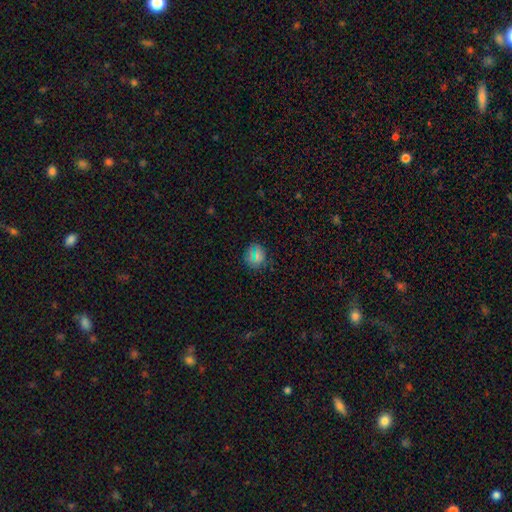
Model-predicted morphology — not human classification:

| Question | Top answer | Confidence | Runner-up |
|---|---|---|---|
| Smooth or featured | smooth | 67% | star or artifact (25%) |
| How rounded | round | 81% | in between (17%) |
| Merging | none | 84% | minor disturbance (11%) |